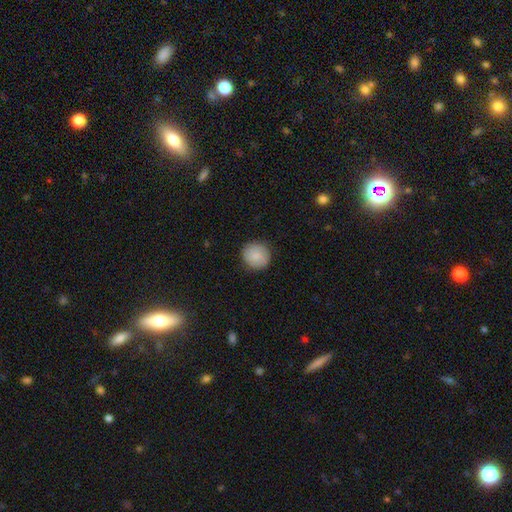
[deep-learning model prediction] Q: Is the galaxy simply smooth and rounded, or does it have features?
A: smooth — 85%.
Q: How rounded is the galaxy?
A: round — 90%.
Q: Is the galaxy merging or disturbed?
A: none — 88%.